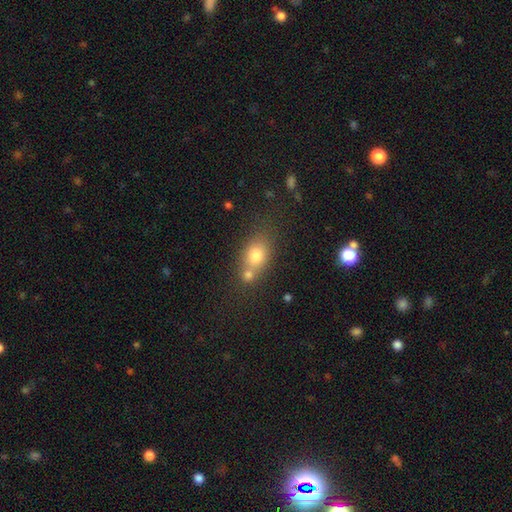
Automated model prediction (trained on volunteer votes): Smooth or featured? smooth (75%)
How rounded? in between (57%)
Merging? none (46%)